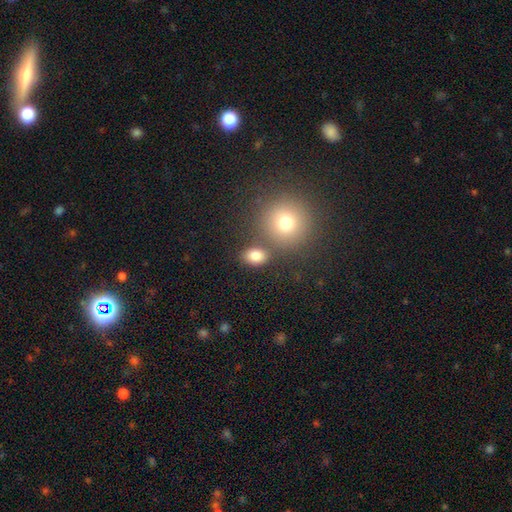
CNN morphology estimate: smooth 81%, star or artifact 12%, featured or disk 8%. Down the decision tree: how rounded — in between (63%); merging — none (71%).